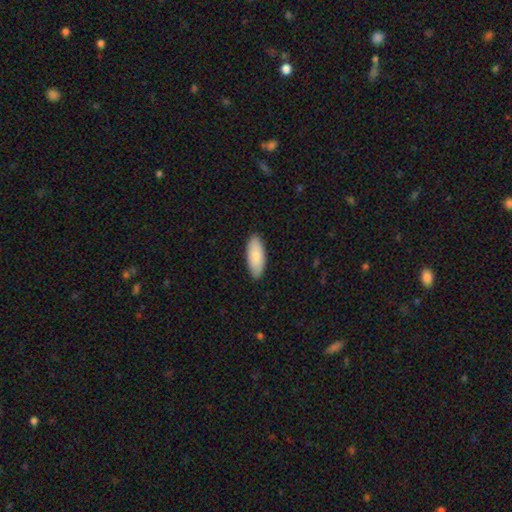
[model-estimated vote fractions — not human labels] Smooth or featured? smooth (82%)
How rounded? in between (82%)
Merging? none (88%)